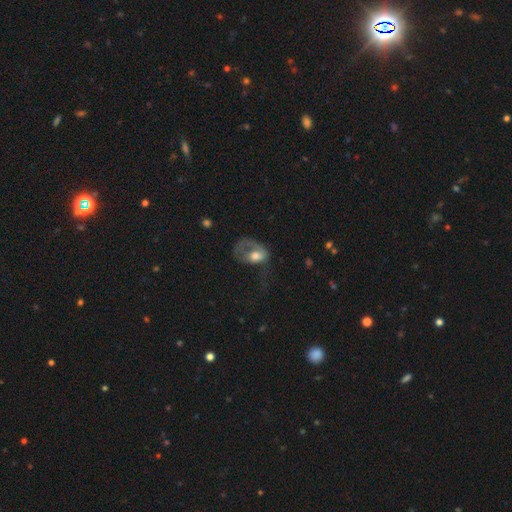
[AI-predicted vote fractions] Smooth or featured? Predicted: smooth (p=0.50). Merging? Predicted: major disturbance (p=0.61).